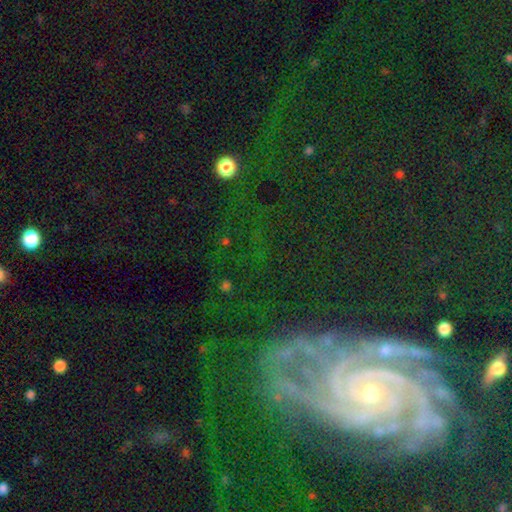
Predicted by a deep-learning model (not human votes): Smooth or featured? featured or disk (51%)
Edge-on disk? no (90%)
Merging? none (65%)